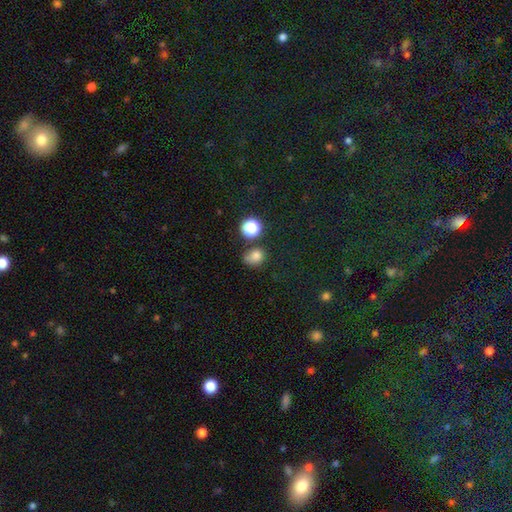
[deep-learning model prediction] Morphology: type=smooth (76%); roundness=round (73%); merging=none (55%).